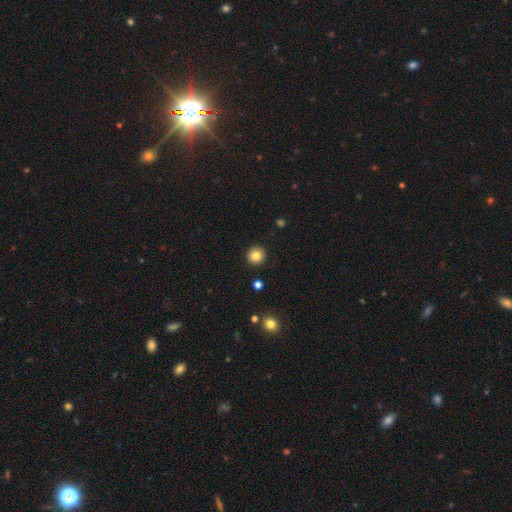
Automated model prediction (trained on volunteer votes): smooth_or_featured: smooth (p=0.84) [alt: star or artifact p=0.10]
how_rounded: round (p=0.94) [alt: in between p=0.05]
merging: none (p=0.93) [alt: minor disturbance p=0.05]